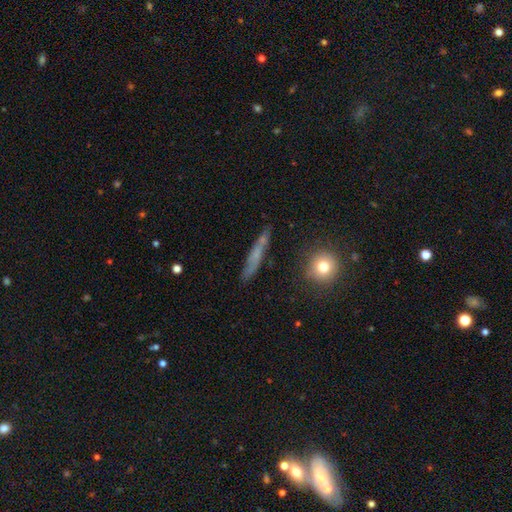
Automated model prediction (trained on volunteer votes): smooth-or-featured: smooth: 46% | featured or disk: 45% | star or artifact: 9%
  merging: none: 76% | minor disturbance: 17% | major disturbance: 4% | merger: 3%